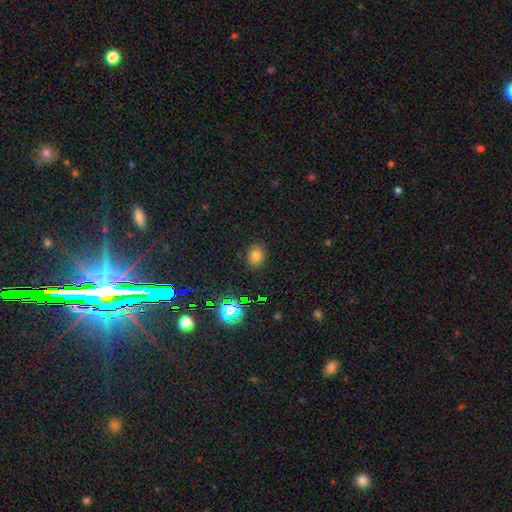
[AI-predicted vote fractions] Q: Smooth or featured?
A: smooth (75%); runner-up: star or artifact (18%)
Q: How rounded?
A: round (59%); runner-up: in between (40%)
Q: Merging?
A: none (87%); runner-up: minor disturbance (9%)